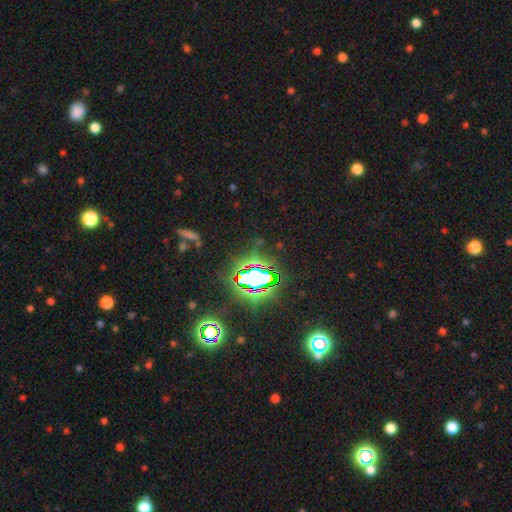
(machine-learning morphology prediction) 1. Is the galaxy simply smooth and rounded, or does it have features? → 81% star or artifact, 11% smooth, 8% featured or disk.